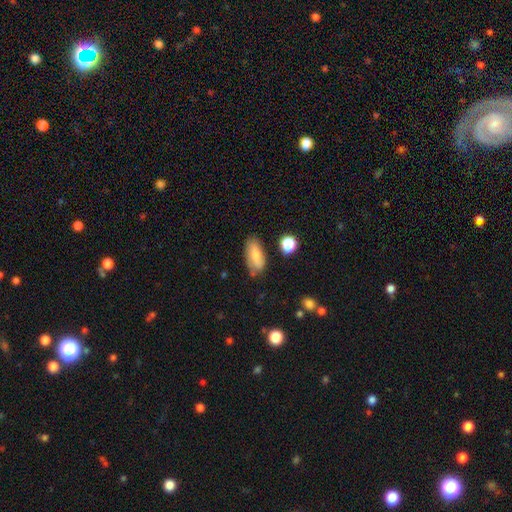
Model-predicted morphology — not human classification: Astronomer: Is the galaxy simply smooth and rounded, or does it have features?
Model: smooth — 74%.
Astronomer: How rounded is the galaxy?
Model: in between — 87%.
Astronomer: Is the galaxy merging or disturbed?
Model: none — 68%.